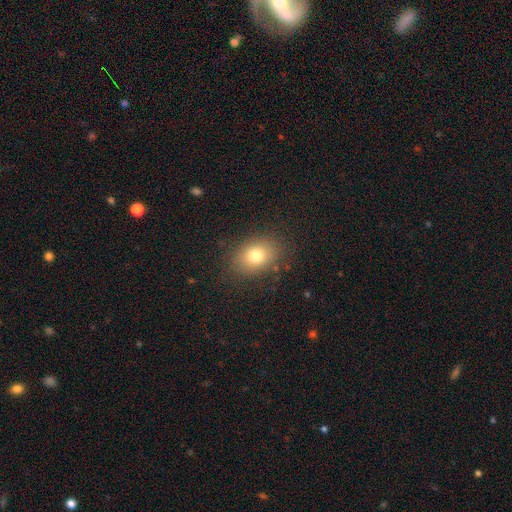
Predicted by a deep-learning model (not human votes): smooth 76%, star or artifact 12%, featured or disk 12%. Down the decision tree: how rounded — in between (64%); merging — none (83%).